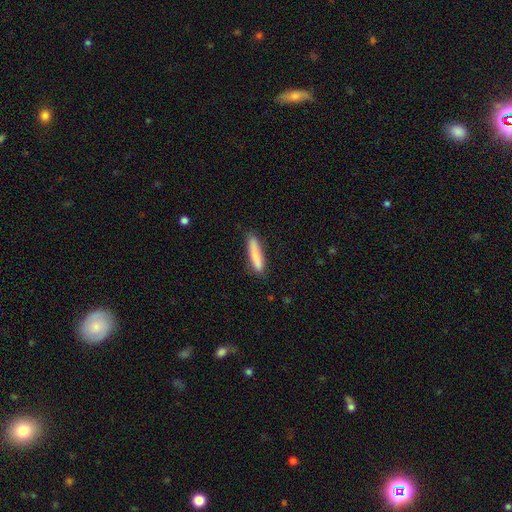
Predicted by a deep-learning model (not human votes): A smooth galaxy with no disk features (81%) that is cigar-shaped (87%).

Vote fractions:
- Smooth or featured? smooth: 81% / featured or disk: 13% / star or artifact: 6%
- How rounded? cigar-shaped: 87% / in between: 11% / round: 1%
- Merging? none: 84% / minor disturbance: 12% / major disturbance: 2% / merger: 2%